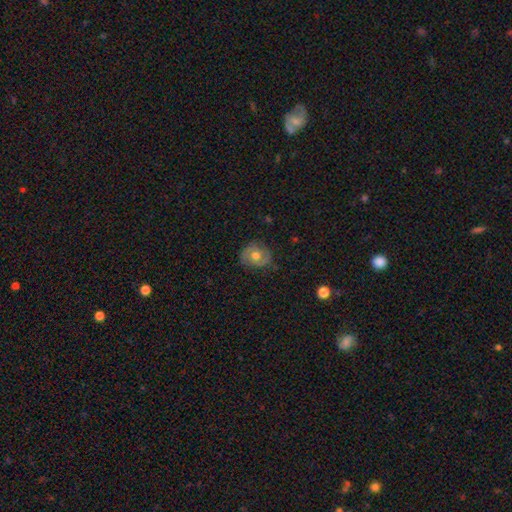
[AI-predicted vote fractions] Smooth or featured?
  - featured or disk: 53% *
  - smooth: 39%
  - star or artifact: 8%
Edge-on disk?
  - no: 96% *
  - yes: 4%
Bar?
  - no: 77% *
  - weak: 19%
  - strong: 4%
Spiral arms?
  - yes: 73% *
  - no: 27%
Bulge size?
  - moderate: 78% *
  - small: 12%
  - large: 9%
  - none: 1%
  - dominant: 1%
Merging?
  - none: 75% *
  - minor disturbance: 19%
  - major disturbance: 5%
  - merger: 1%